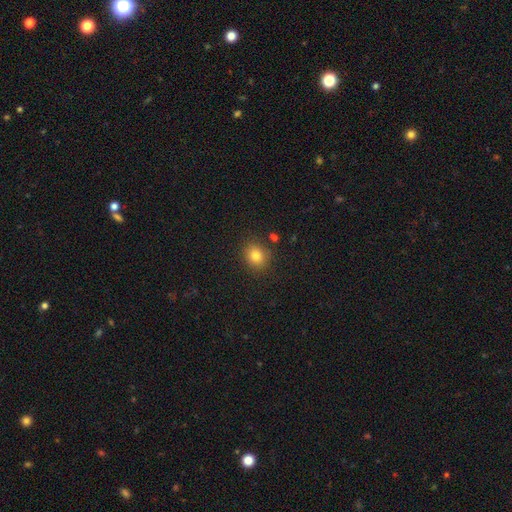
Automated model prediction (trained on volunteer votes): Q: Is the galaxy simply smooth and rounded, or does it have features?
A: smooth — 81%.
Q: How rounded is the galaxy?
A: round — 73%.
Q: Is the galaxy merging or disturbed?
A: none — 84%.